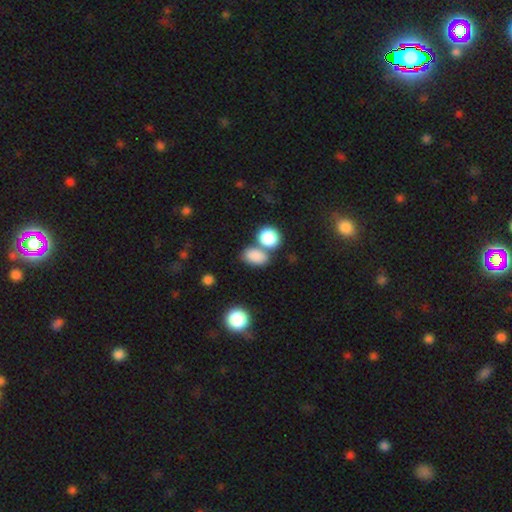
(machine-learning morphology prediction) type=smooth (85%); roundness=in between (79%); merging=none (53%).